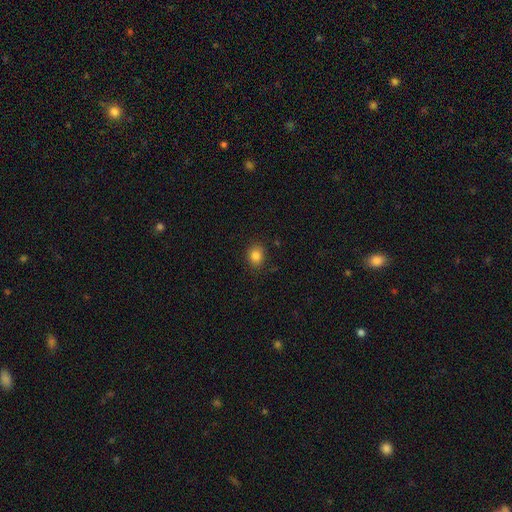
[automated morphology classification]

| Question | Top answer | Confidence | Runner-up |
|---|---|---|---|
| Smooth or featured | smooth | 83% | star or artifact (11%) |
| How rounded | round | 62% | in between (37%) |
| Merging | none | 86% | minor disturbance (10%) |